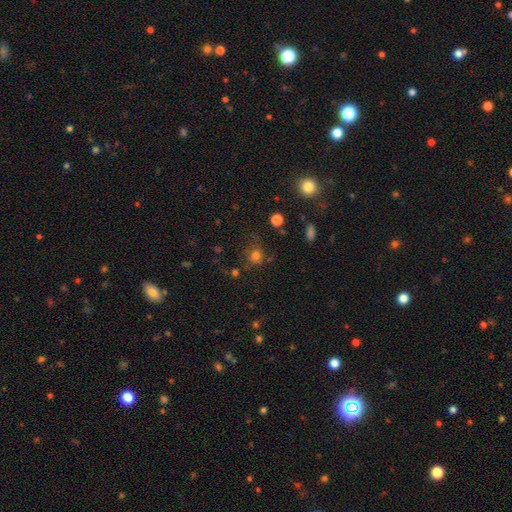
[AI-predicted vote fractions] A smooth galaxy with no disk features (71%) that is round (76%).

Vote fractions:
- Smooth or featured? smooth: 71% / star or artifact: 19% / featured or disk: 10%
- How rounded? round: 76% / in between: 23% / cigar-shaped: 1%
- Merging? none: 61% / minor disturbance: 21% / major disturbance: 13% / merger: 6%